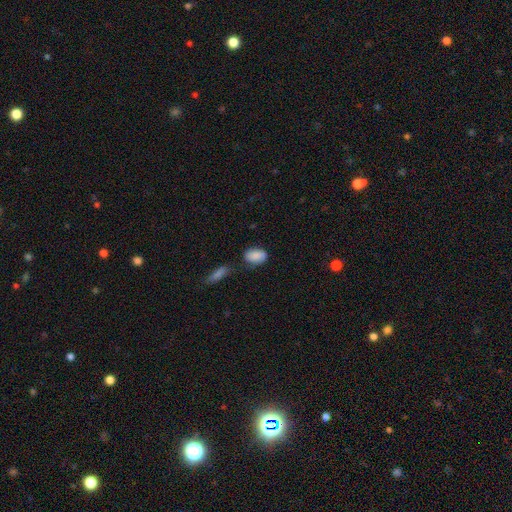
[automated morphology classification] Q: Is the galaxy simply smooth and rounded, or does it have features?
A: smooth — 86%.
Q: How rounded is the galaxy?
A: in between — 91%.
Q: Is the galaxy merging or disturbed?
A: none — 66%.